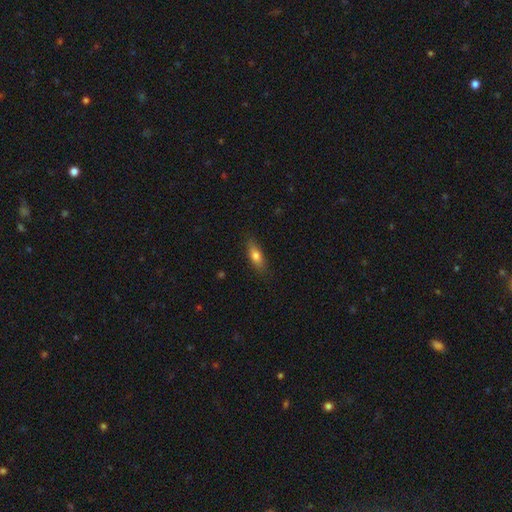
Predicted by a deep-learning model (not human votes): smooth_or_featured: smooth (p=0.71) [alt: featured or disk p=0.22]
how_rounded: in between (p=0.61) [alt: cigar-shaped p=0.35]
merging: none (p=0.84) [alt: minor disturbance p=0.12]